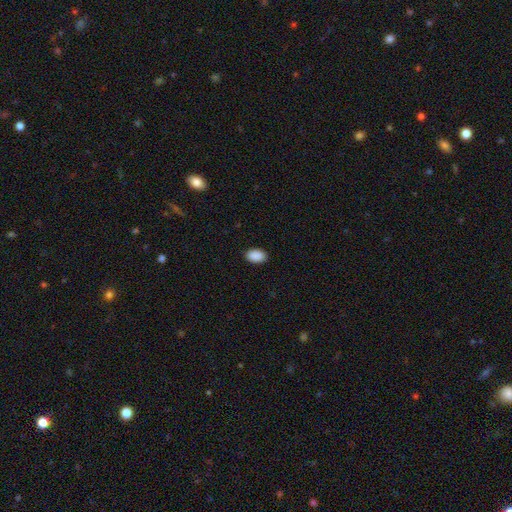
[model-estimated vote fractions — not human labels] This is clearly a smooth galaxy (91%). How rounded: clearly in between (89%). Merging: clearly none (89%).